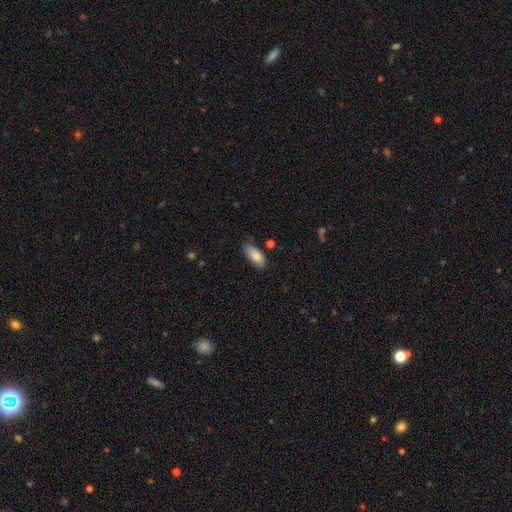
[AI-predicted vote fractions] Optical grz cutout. It shows a smooth galaxy with no disk features (85%) that is in between round and cigar-shaped (86%). Merging: none (77%).